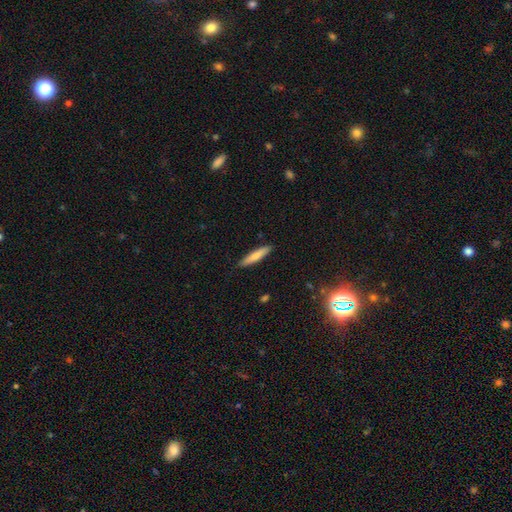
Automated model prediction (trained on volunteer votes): smooth 76%, featured or disk 18%, star or artifact 6%. Down the decision tree: how rounded — cigar-shaped (89%); merging — none (89%).